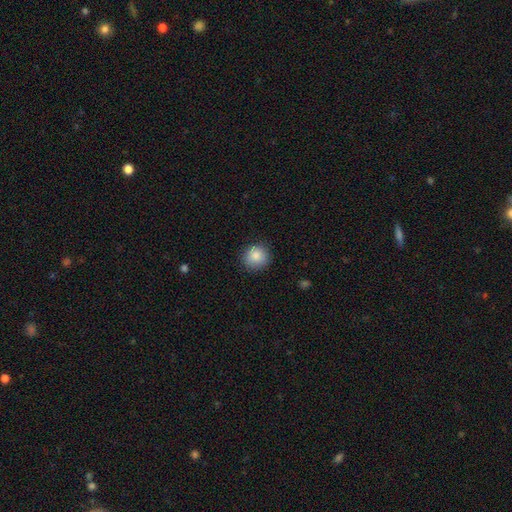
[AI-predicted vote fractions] smooth 87%, star or artifact 8%, featured or disk 5%. Down the decision tree: how rounded — round (89%); merging — none (87%).